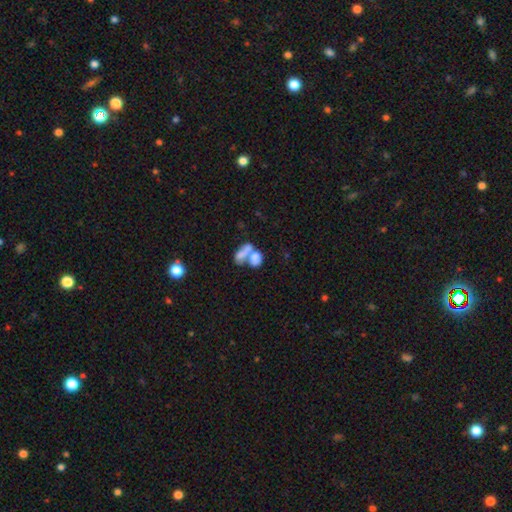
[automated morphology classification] Smooth or featured?
  - smooth: 72% *
  - featured or disk: 19%
  - star or artifact: 10%
How rounded?
  - in between: 79% *
  - round: 17%
  - cigar-shaped: 5%
Merging?
  - merger: 67% *
  - none: 20%
  - minor disturbance: 7%
  - major disturbance: 6%